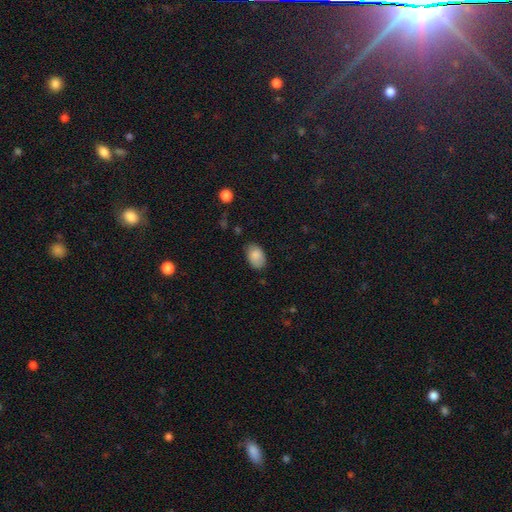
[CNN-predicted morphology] Smooth or featured?
  - smooth: 86% *
  - star or artifact: 7%
  - featured or disk: 7%
How rounded?
  - in between: 88% *
  - round: 10%
  - cigar-shaped: 1%
Merging?
  - none: 77% *
  - minor disturbance: 18%
  - major disturbance: 4%
  - merger: 1%